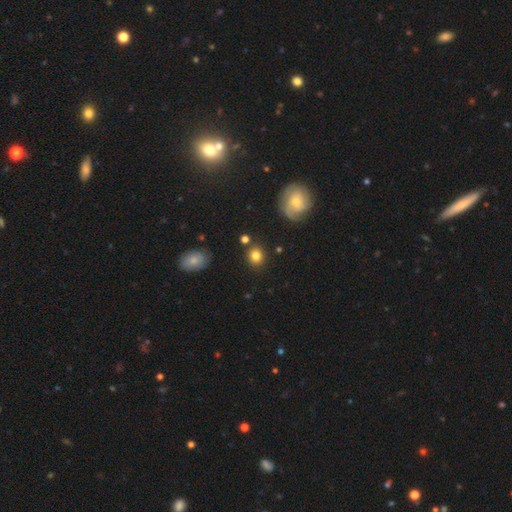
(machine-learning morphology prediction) Smooth or featured?
  - smooth: 81% *
  - star or artifact: 10%
  - featured or disk: 9%
How rounded?
  - round: 72% *
  - in between: 27%
  - cigar-shaped: 1%
Merging?
  - none: 83% *
  - minor disturbance: 9%
  - merger: 4%
  - major disturbance: 3%